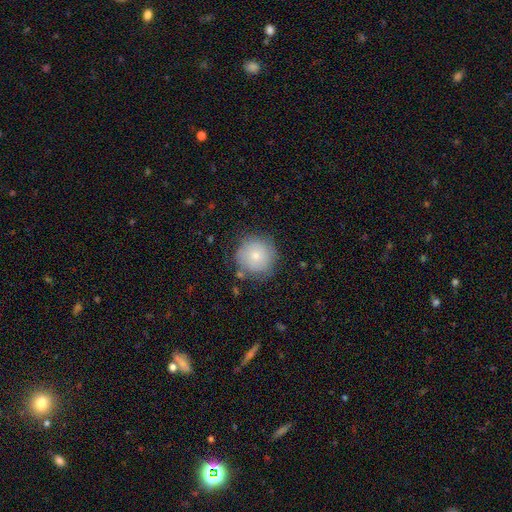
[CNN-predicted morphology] Smooth or featured? smooth (70%)
How rounded? round (94%)
Merging? none (78%)